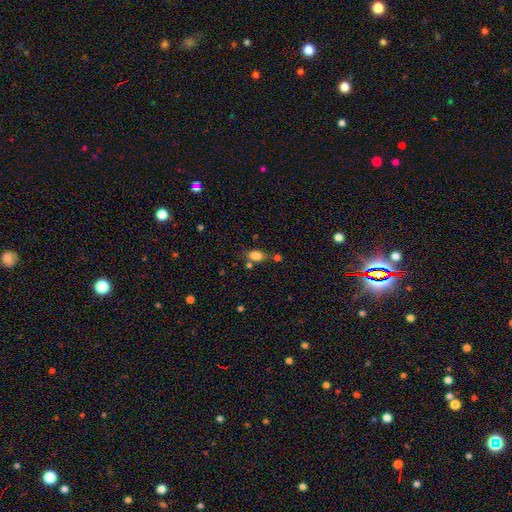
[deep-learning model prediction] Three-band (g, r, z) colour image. It shows a smooth galaxy with no disk features (82%) that is in between round and cigar-shaped (83%). Merging: none (63%).